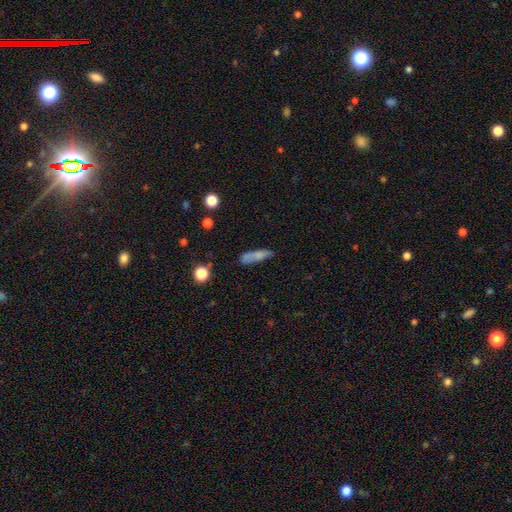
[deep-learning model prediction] smooth 72%, featured or disk 18%, star or artifact 10%. Down the decision tree: how rounded — cigar-shaped (66%); merging — none (59%).